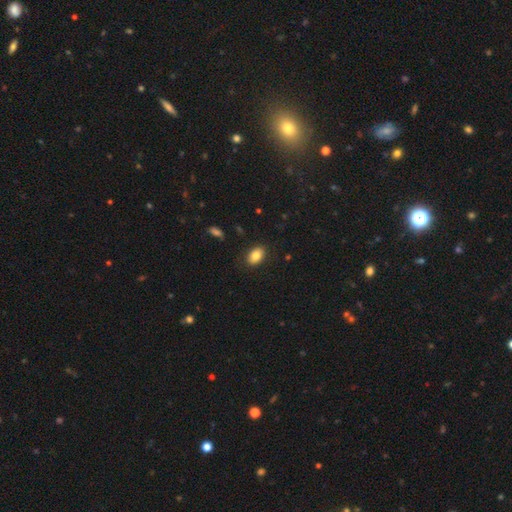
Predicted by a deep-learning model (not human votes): Smooth or featured? smooth (83%)
How rounded? in between (87%)
Merging? none (86%)